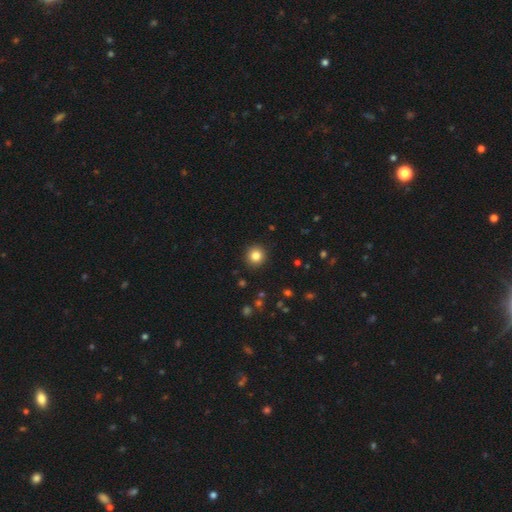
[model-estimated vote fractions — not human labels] Q: Smooth or featured?
A: smooth (83%); runner-up: star or artifact (11%)
Q: How rounded?
A: round (93%); runner-up: in between (6%)
Q: Merging?
A: none (92%); runner-up: minor disturbance (5%)